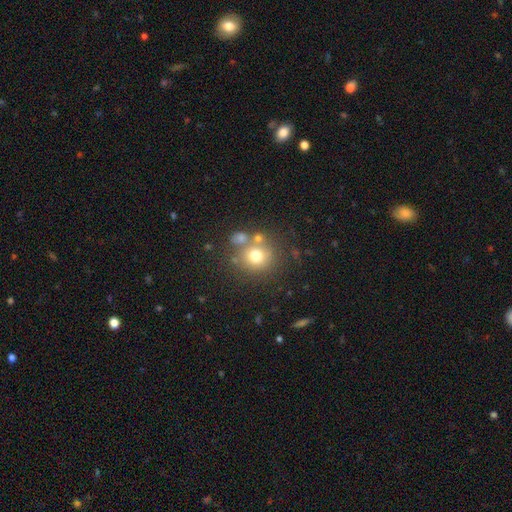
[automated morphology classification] Smooth or featured: smooth — 72% (featured or disk — 14%)
How rounded: round — 87% (in between — 12%)
Merging: none — 66% (merger — 17%)